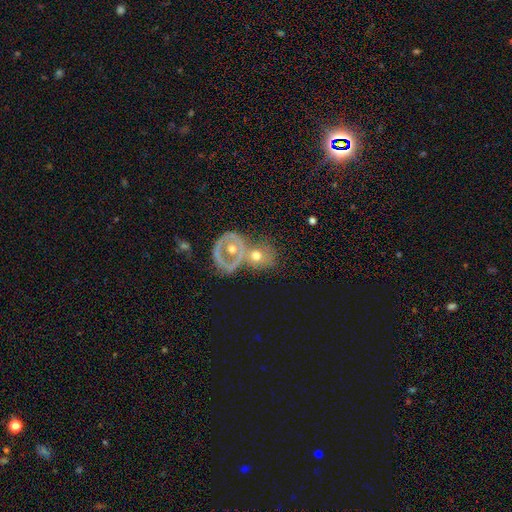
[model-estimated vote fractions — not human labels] This is possibly a featured or disk galaxy (52%). It is clearly not viewed edge-on (92%). Merging: possibly merger (46%).